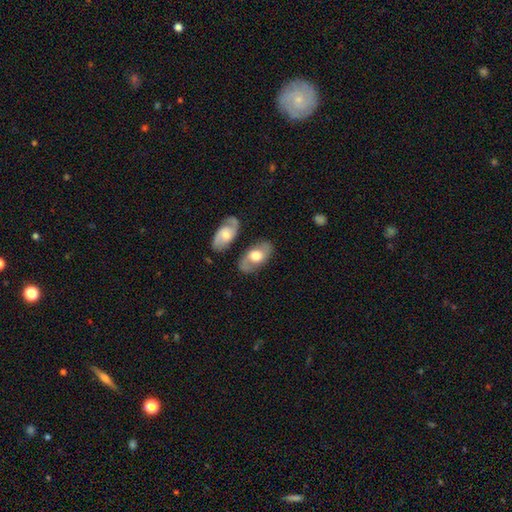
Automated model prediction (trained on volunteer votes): This appears to be a featured or disk galaxy (49%). Merging: none (69%).